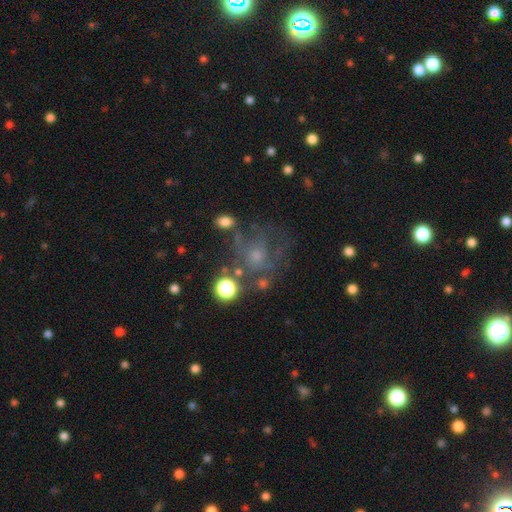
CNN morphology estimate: A featured or disk galaxy (45%).

Vote fractions:
- Smooth or featured? featured or disk: 45% / smooth: 35% / star or artifact: 20%
- Merging? none: 52% / major disturbance: 22% / minor disturbance: 19% / merger: 7%